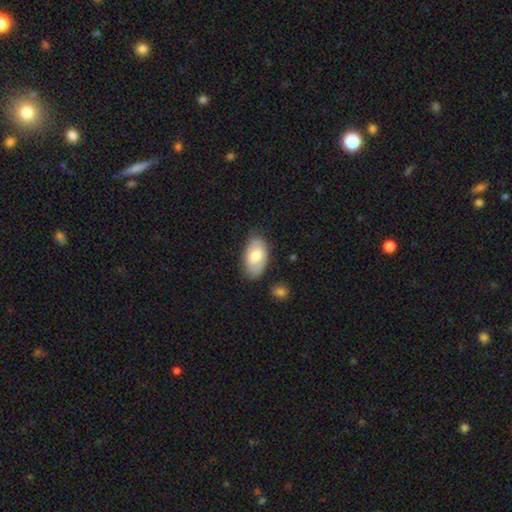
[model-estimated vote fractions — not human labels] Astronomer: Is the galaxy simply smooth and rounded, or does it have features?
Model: smooth — 66%.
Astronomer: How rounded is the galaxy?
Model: in between — 94%.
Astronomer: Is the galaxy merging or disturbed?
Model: none — 73%.